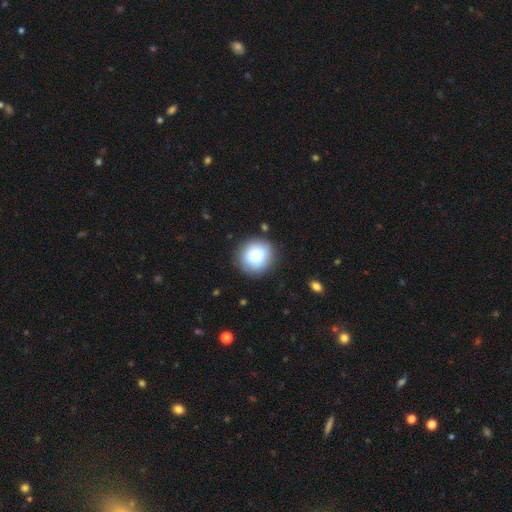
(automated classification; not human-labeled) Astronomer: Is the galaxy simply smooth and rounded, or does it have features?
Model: smooth — 81%.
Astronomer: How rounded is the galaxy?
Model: round — 90%.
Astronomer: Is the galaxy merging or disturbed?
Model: none — 87%.